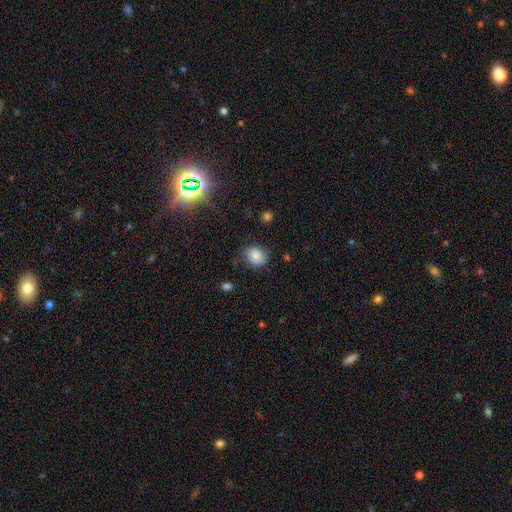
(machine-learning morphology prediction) smooth_or_featured: smooth (p=0.80) [alt: star or artifact p=0.10]
how_rounded: round (p=0.58) [alt: in between p=0.41]
merging: none (p=0.66) [alt: minor disturbance p=0.25]